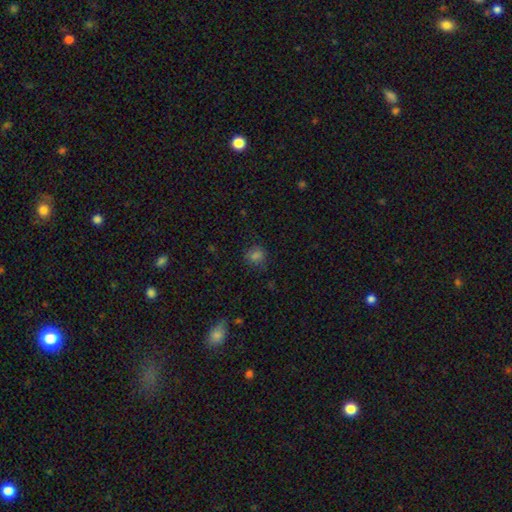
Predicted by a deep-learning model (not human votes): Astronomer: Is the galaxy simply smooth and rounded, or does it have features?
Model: smooth — 77%.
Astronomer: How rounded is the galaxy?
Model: round — 72%.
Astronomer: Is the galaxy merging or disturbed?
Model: none — 78%.